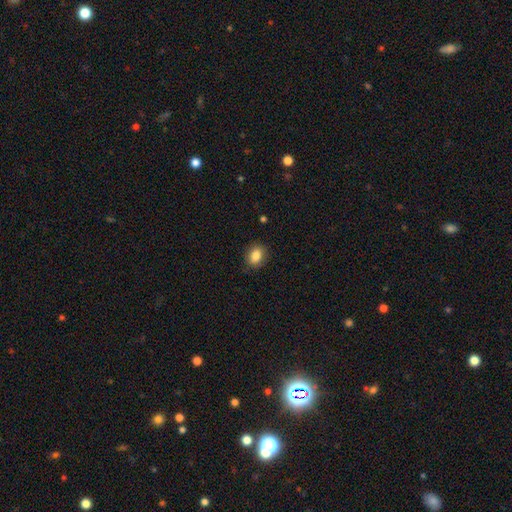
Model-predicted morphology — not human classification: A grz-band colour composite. It shows a smooth galaxy with no disk features (85%) that is in between round and cigar-shaped (60%). Merging: none (86%).